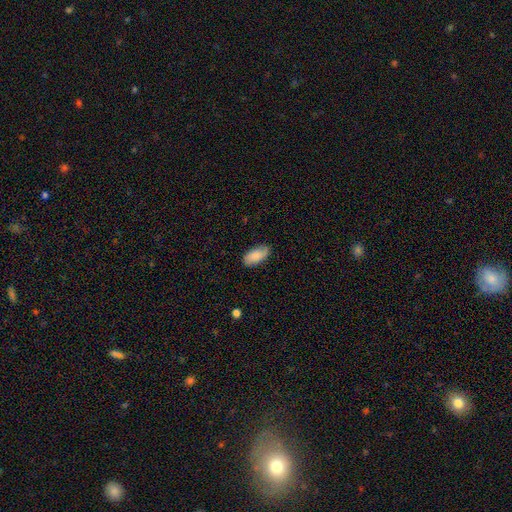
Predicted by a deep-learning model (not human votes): A smooth galaxy with no disk features (77%) that is in between round and cigar-shaped (94%). Merging: none (81%).